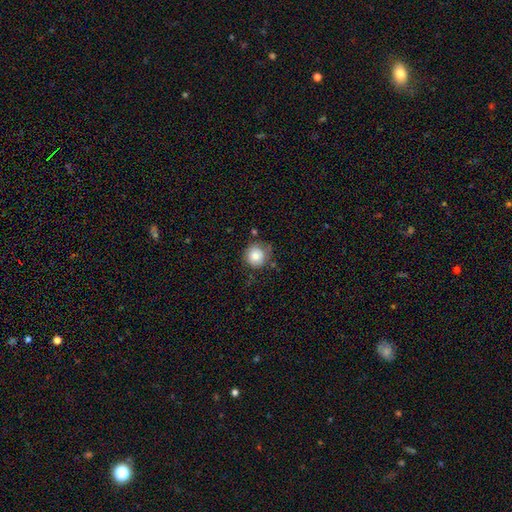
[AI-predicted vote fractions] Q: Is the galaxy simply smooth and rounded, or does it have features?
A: smooth — 80%.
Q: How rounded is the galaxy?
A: round — 92%.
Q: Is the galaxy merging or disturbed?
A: none — 71%.